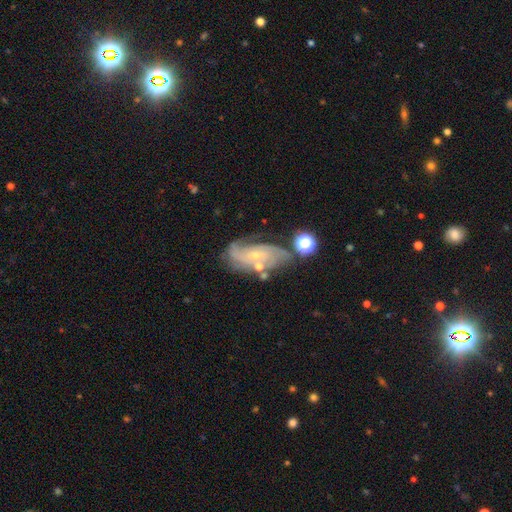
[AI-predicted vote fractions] Smooth or featured? Predicted: featured or disk (p=0.78). Edge-on disk? Predicted: no (p=0.94). Bar? Predicted: no (p=0.69). Spiral arms? Predicted: yes (p=0.92). Spiral winding? Predicted: tight (p=0.45). Spiral arm count? Predicted: 2 (p=0.37). Bulge size? Predicted: small (p=0.78). Merging? Predicted: none (p=0.55).